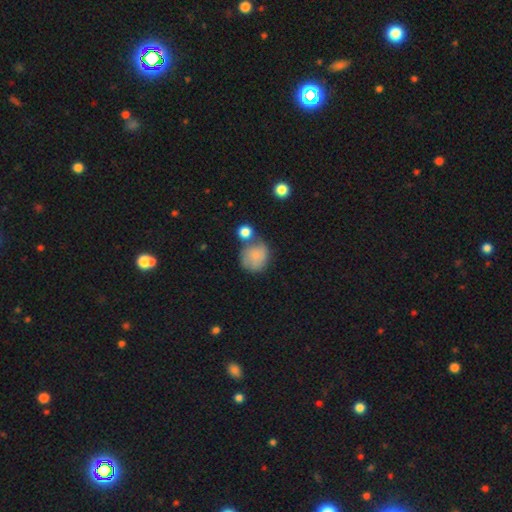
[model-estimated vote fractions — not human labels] This appears to be a smooth galaxy with no disk features (73%) that is round (81%). Merging: none (45%).